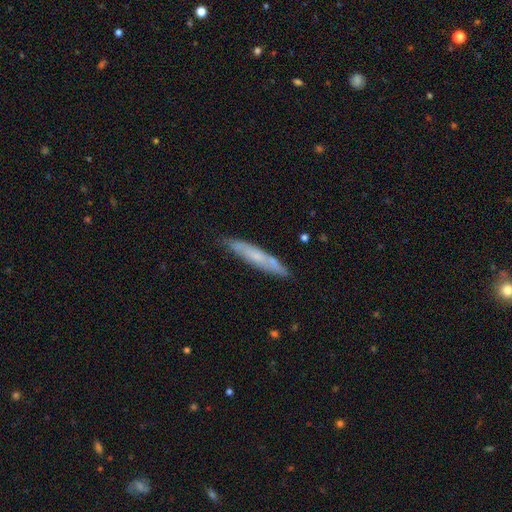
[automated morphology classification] smooth-or-featured: smooth: 48% | featured or disk: 46% | star or artifact: 6%
  merging: none: 78% | minor disturbance: 16% | major disturbance: 3% | merger: 3%